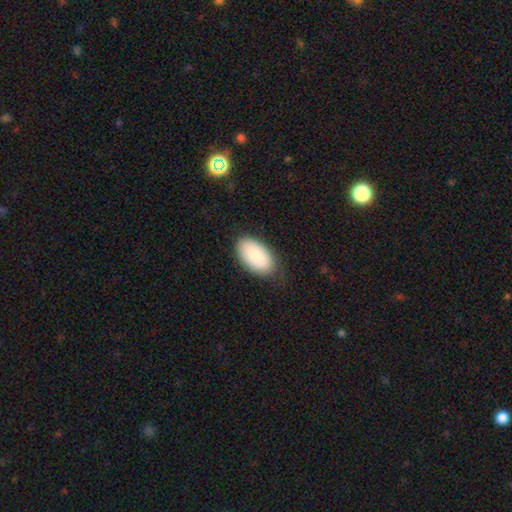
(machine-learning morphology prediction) smooth_or_featured: smooth (p=0.84) [alt: featured or disk p=0.10]
how_rounded: in between (p=0.95) [alt: round p=0.04]
merging: none (p=0.77) [alt: minor disturbance p=0.18]